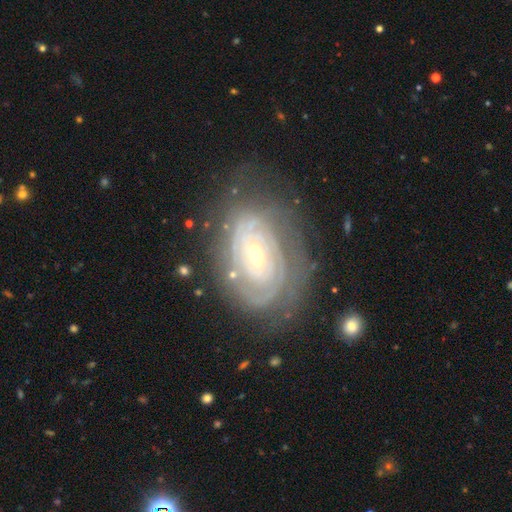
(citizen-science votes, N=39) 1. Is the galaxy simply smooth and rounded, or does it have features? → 82% featured or disk, 13% smooth, 5% star or artifact.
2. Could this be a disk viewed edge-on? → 97% no, 3% yes.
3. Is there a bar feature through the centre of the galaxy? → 71% no, 26% weak, 3% strong.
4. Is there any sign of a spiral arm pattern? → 81% yes, 19% no.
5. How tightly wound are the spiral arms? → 96% tight, 4% loose, 0% medium.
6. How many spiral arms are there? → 48% can't tell, 20% 3, 16% 2, 8% more than 4, 4% 1, 4% 4.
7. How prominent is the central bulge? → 48% small, 45% moderate, 3% dominant, 3% large, 0% none.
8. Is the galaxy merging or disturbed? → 49% none, 27% major disturbance, 24% minor disturbance, 0% merger.